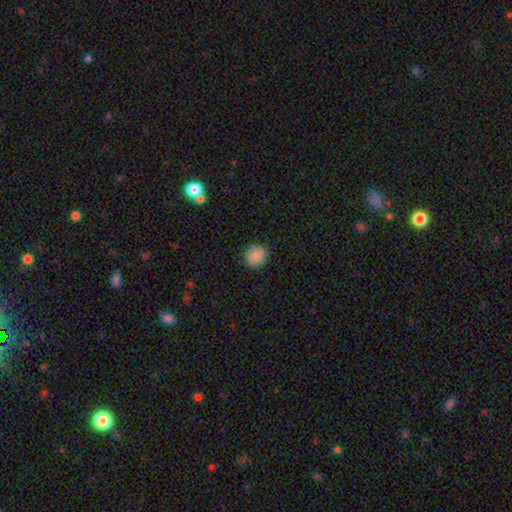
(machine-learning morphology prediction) A smooth galaxy with no disk features (88%) that is round (91%).

Vote fractions:
- Smooth or featured? smooth: 88% / star or artifact: 9% / featured or disk: 3%
- How rounded? round: 91% / in between: 9% / cigar-shaped: 1%
- Merging? none: 91% / minor disturbance: 6% / major disturbance: 2% / merger: 1%